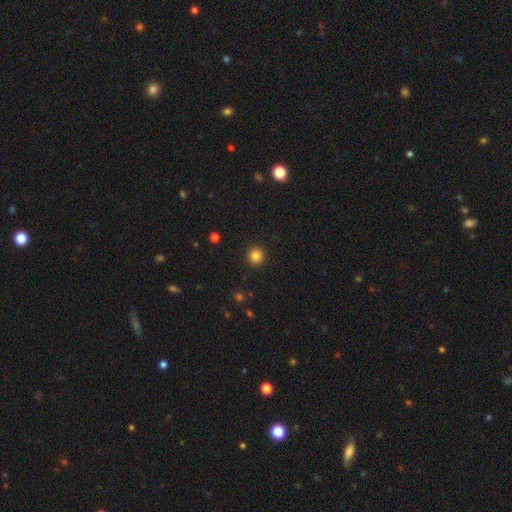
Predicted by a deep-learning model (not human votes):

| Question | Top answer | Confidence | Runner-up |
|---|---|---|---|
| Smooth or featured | smooth | 83% | star or artifact (12%) |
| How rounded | round | 94% | in between (5%) |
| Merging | none | 92% | minor disturbance (5%) |